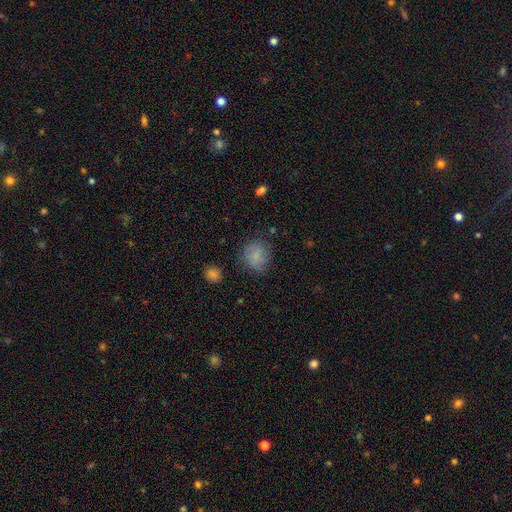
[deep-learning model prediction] The model was most divided on "how rounded": round: 72%, in between: 27%, cigar-shaped: 1%. More confident: smooth or featured — smooth (79%); merging — none (76%).